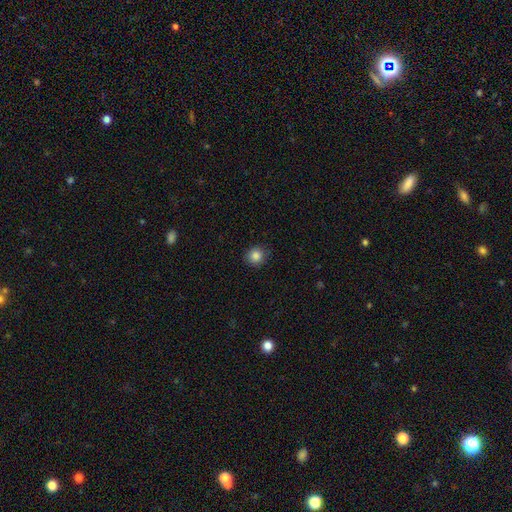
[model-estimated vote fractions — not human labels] smooth_or_featured: smooth (p=0.85) [alt: star or artifact p=0.10]
how_rounded: round (p=0.90) [alt: in between p=0.09]
merging: none (p=0.88) [alt: minor disturbance p=0.09]